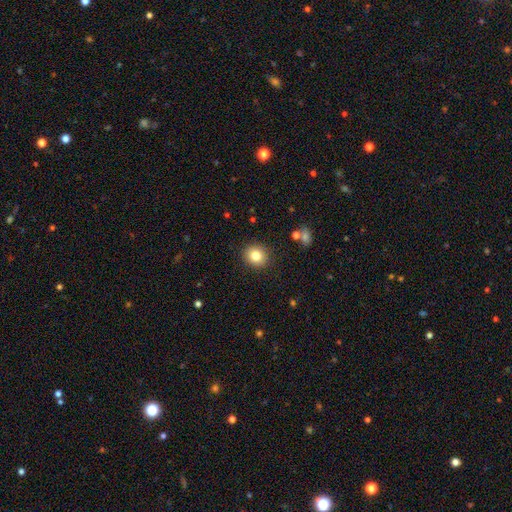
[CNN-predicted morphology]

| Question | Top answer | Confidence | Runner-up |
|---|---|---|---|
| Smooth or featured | smooth | 82% | star or artifact (10%) |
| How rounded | round | 78% | in between (21%) |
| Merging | none | 89% | minor disturbance (7%) |